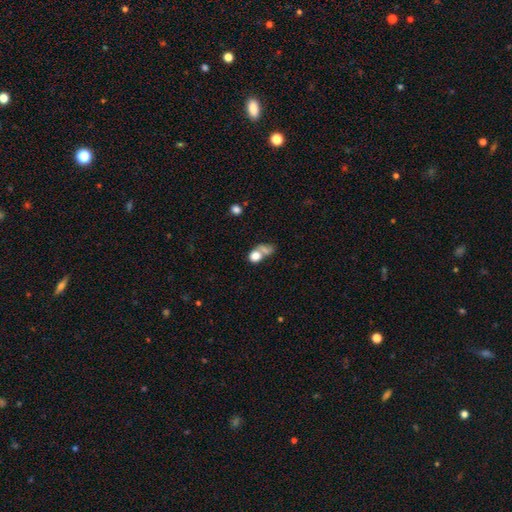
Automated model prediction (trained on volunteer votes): smooth-or-featured: smooth: 73% | star or artifact: 14% | featured or disk: 13%
  how-rounded: round: 60% | in between: 38% | cigar-shaped: 2%
  merging: merger: 47% | none: 31% | major disturbance: 11% | minor disturbance: 10%